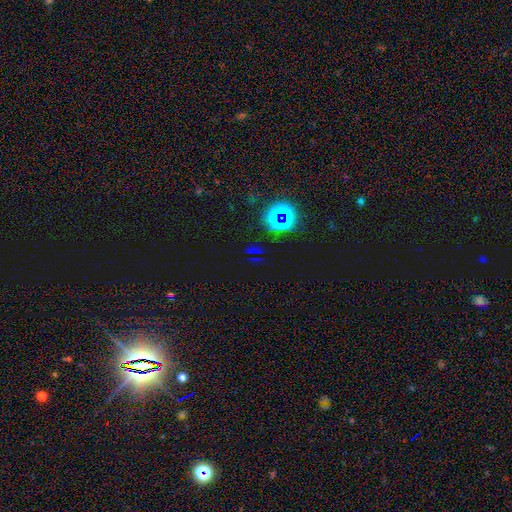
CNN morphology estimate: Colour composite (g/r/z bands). It shows a star or artifact, not a galaxy (73%).